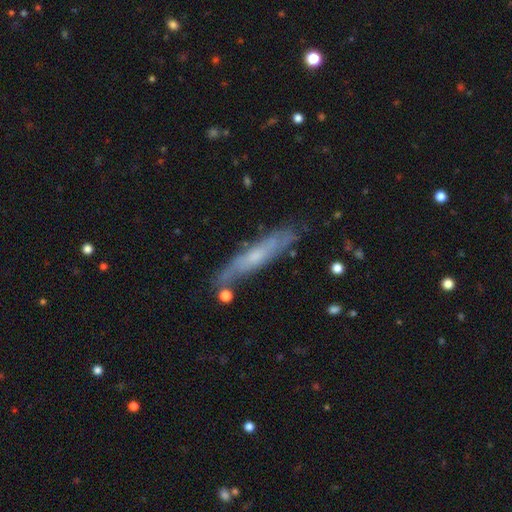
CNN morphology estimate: Smooth or featured? featured or disk (54%)
Edge-on disk? yes (69%)
Merging? none (72%)